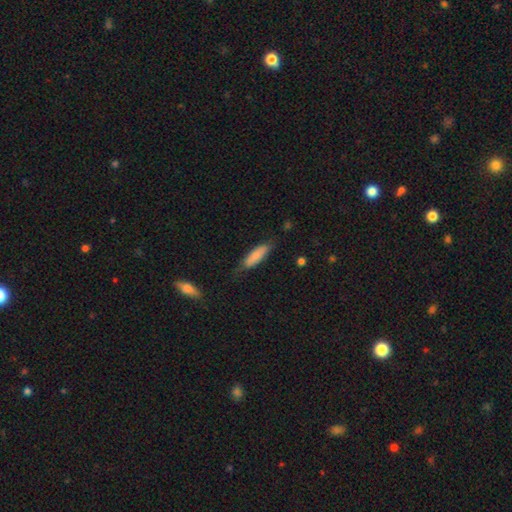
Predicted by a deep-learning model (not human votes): This appears to be a smooth galaxy with no disk features (81%) that is cigar-shaped (52%). Merging: none (70%).